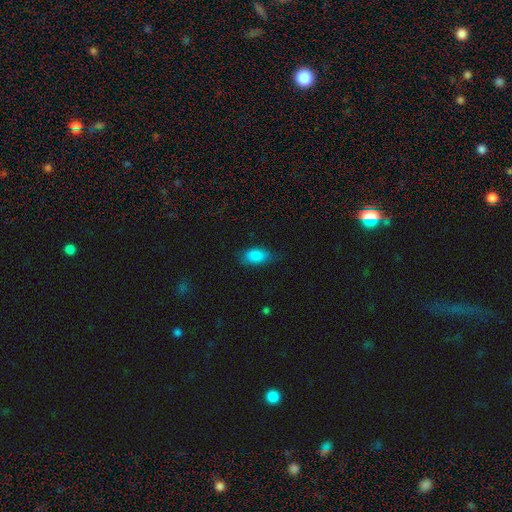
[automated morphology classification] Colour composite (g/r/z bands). It shows a smooth galaxy with no disk features (86%) that is in between round and cigar-shaped (90%). Merging: none (72%).